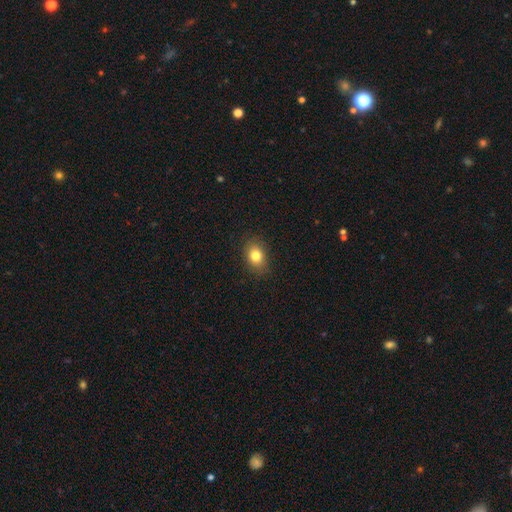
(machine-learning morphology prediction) Smooth or featured?
  - smooth: 81% *
  - star or artifact: 10%
  - featured or disk: 8%
How rounded?
  - in between: 64% *
  - round: 35%
  - cigar-shaped: 1%
Merging?
  - none: 86% *
  - minor disturbance: 10%
  - major disturbance: 3%
  - merger: 1%